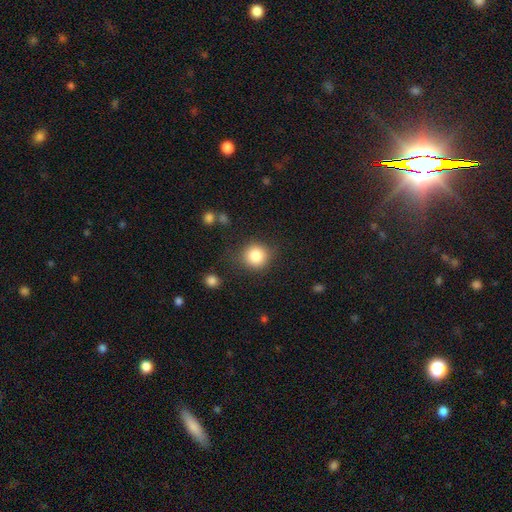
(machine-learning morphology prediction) A smooth galaxy with no disk features (84%) that is round (90%).

Vote fractions:
- Smooth or featured? smooth: 84% / star or artifact: 10% / featured or disk: 6%
- How rounded? round: 90% / in between: 9% / cigar-shaped: 1%
- Merging? none: 82% / minor disturbance: 12% / major disturbance: 4% / merger: 2%